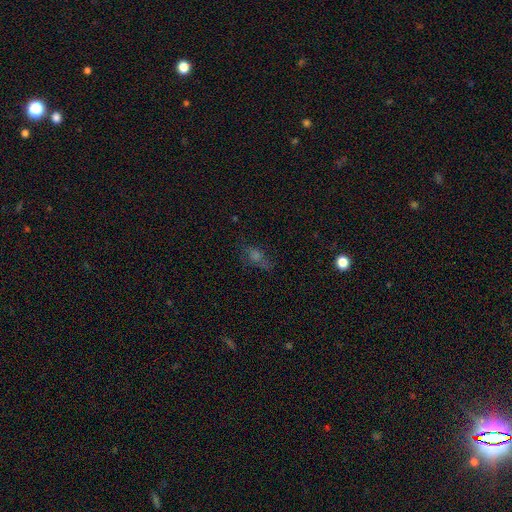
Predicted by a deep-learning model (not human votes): smooth 39%, star or artifact 32%, featured or disk 29%. Down the decision tree: merging — none (68%).